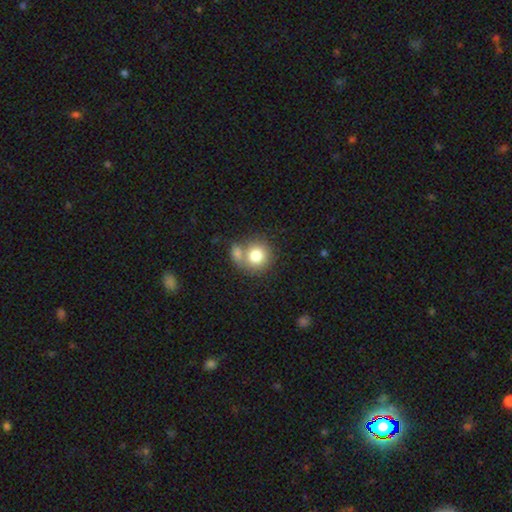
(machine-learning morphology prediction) Smooth or featured?
  - smooth: 79% *
  - featured or disk: 12%
  - star or artifact: 9%
How rounded?
  - round: 86% *
  - in between: 13%
  - cigar-shaped: 1%
Merging?
  - none: 46% *
  - merger: 39%
  - minor disturbance: 10%
  - major disturbance: 5%